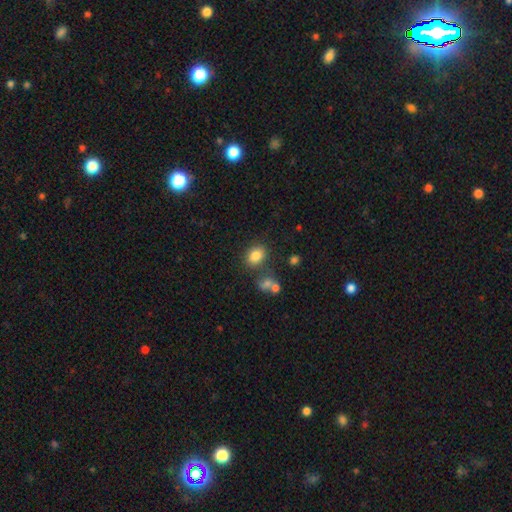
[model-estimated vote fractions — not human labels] Smooth or featured?
  - smooth: 81% *
  - star or artifact: 11%
  - featured or disk: 7%
How rounded?
  - in between: 59% *
  - round: 40%
  - cigar-shaped: 1%
Merging?
  - none: 75% *
  - minor disturbance: 12%
  - merger: 9%
  - major disturbance: 4%